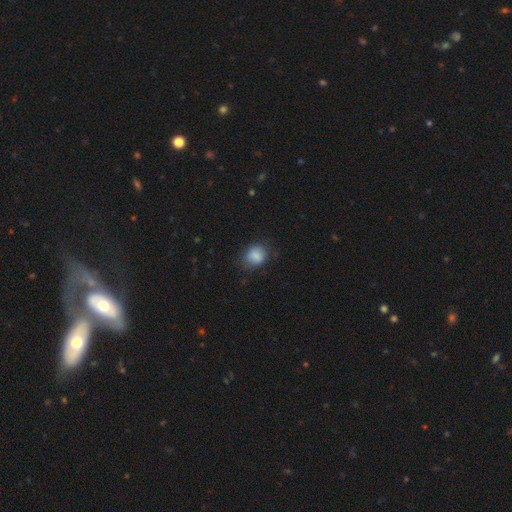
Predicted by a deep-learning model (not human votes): The model was most divided on "how rounded": round: 63%, in between: 36%, cigar-shaped: 1%. More confident: smooth or featured — smooth (85%); merging — none (75%).